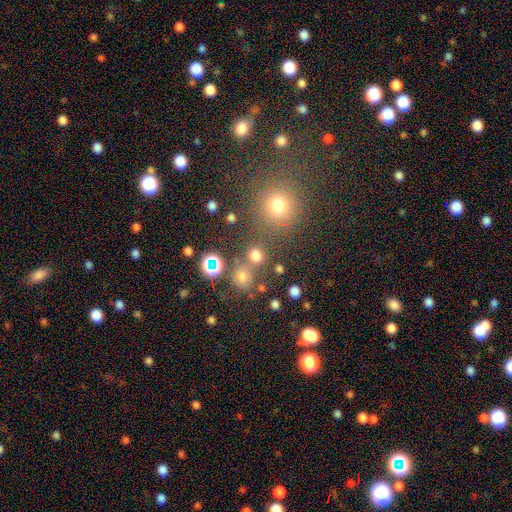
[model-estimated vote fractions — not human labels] smooth 71%, star or artifact 22%, featured or disk 7%. Down the decision tree: how rounded — round (87%); merging — none (68%).